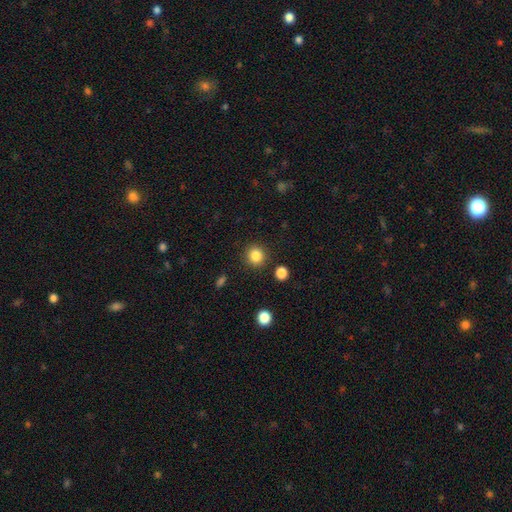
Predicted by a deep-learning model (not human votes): A smooth galaxy with no disk features (85%) that is round (90%). Merging: none (89%).